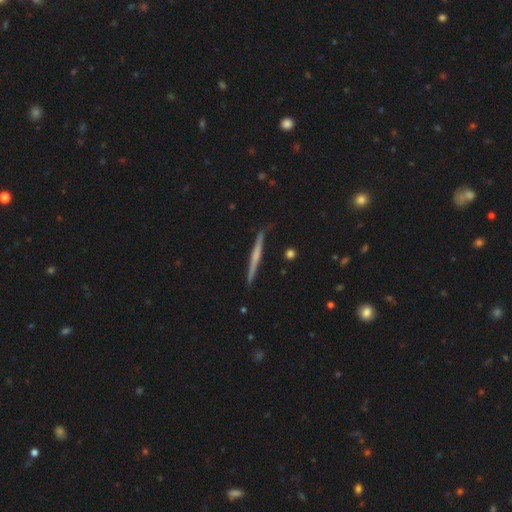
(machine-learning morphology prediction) Smooth or featured? Predicted: featured or disk (p=0.64). Edge-on disk? Predicted: yes (p=0.98). Edge-on bulge? Predicted: none (p=0.50). Merging? Predicted: none (p=0.89).